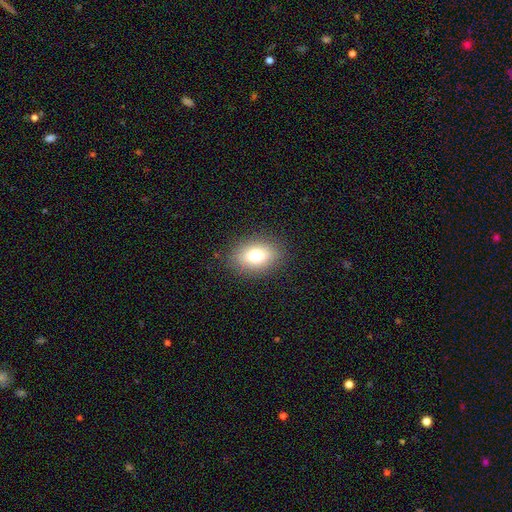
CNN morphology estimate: A smooth galaxy with no disk features (74%) that is in between round and cigar-shaped (73%).

Vote fractions:
- Smooth or featured? smooth: 74% / featured or disk: 14% / star or artifact: 12%
- How rounded? in between: 73% / round: 26% / cigar-shaped: 2%
- Merging? none: 87% / minor disturbance: 9% / major disturbance: 3% / merger: 1%